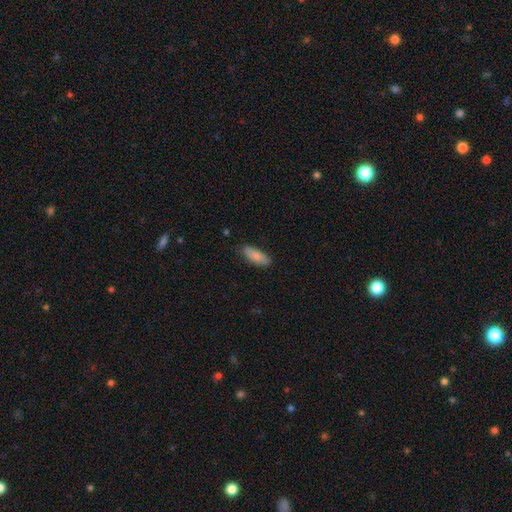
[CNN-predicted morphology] smooth_or_featured: smooth (p=0.85) [alt: featured or disk p=0.09]
how_rounded: in between (p=0.70) [alt: cigar-shaped p=0.28]
merging: none (p=0.82) [alt: minor disturbance p=0.14]